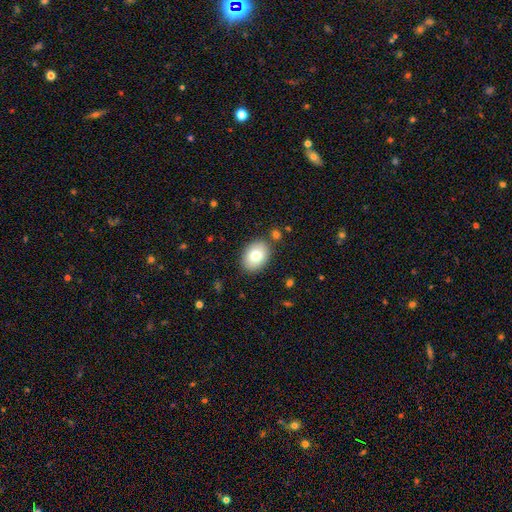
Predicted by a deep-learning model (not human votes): Smooth or featured? smooth (78%)
How rounded? in between (72%)
Merging? none (86%)